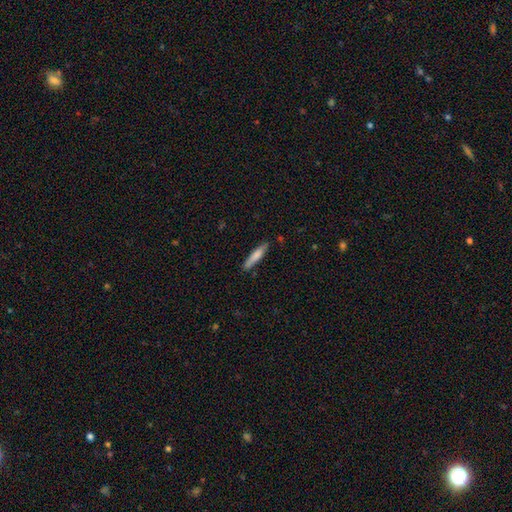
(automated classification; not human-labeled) Smooth or featured: smooth — 74% (featured or disk — 21%)
How rounded: cigar-shaped — 88% (in between — 11%)
Merging: none — 84% (minor disturbance — 12%)